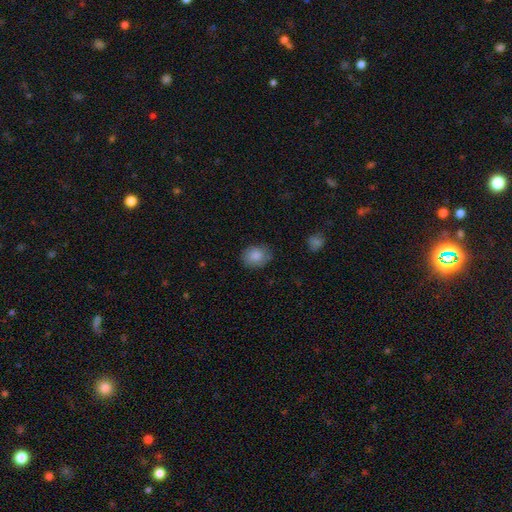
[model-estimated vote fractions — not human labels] This is clearly a smooth galaxy (86%). How rounded: possibly in between (51%). Merging: likely none (78%).